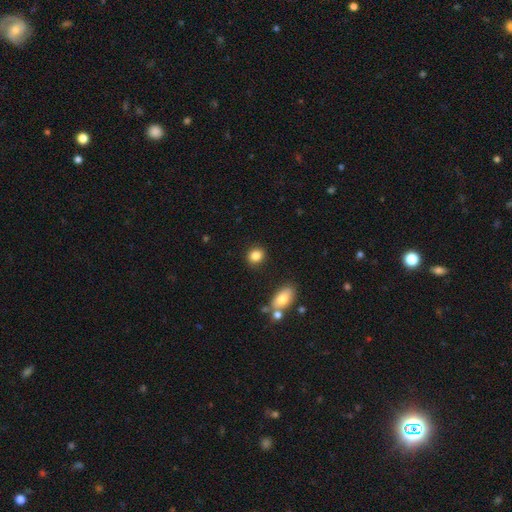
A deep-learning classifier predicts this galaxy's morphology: smooth 86%, star or artifact 9%, featured or disk 5%. Down the decision tree: how rounded — round (67%); merging — none (87%).